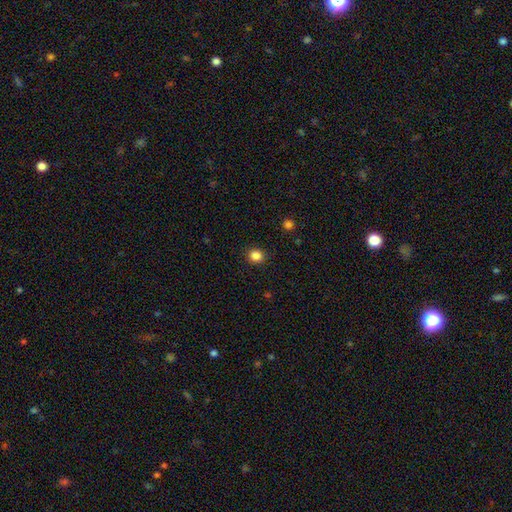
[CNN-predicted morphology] This is clearly a smooth galaxy (84%). How rounded: clearly round (82%). Merging: clearly none (91%).